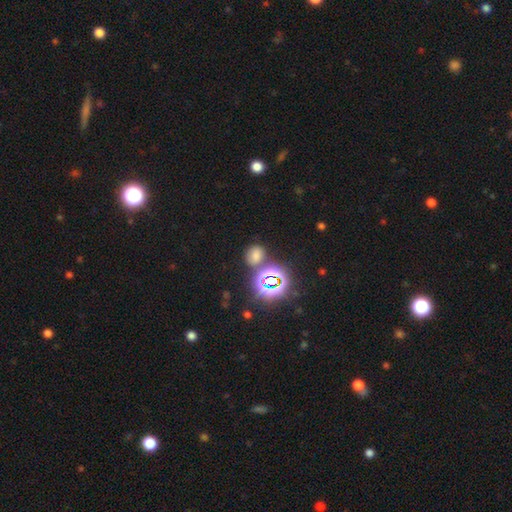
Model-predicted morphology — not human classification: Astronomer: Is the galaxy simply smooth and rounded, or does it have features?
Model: smooth — 57% (runner-up: star or artifact, 36%).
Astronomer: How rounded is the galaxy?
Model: round — 56% (runner-up: in between, 43%).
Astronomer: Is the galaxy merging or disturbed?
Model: none — 71%.